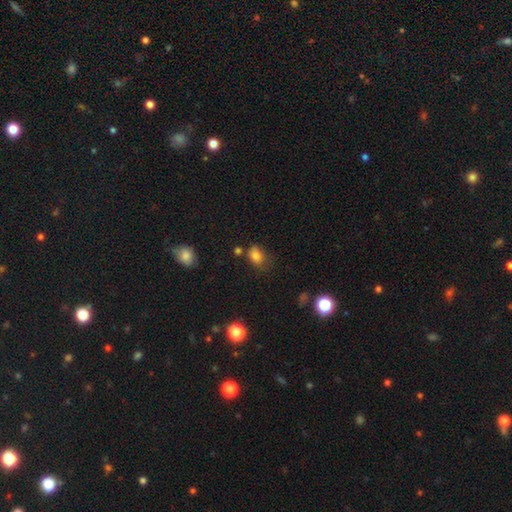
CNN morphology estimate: smooth 81%, star or artifact 12%, featured or disk 8%. Down the decision tree: how rounded — in between (71%); merging — none (53%).